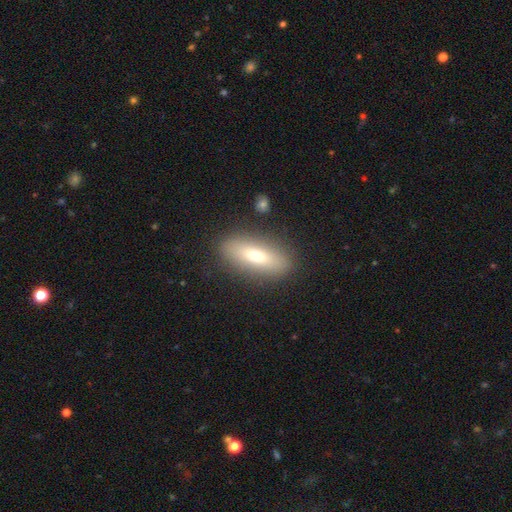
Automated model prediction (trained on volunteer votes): Smooth or featured: smooth — 69% (featured or disk — 23%)
How rounded: in between — 64% (cigar-shaped — 32%)
Merging: none — 84% (minor disturbance — 10%)